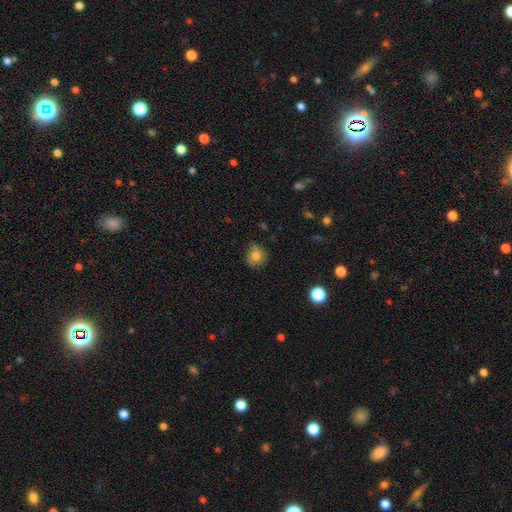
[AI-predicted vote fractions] A smooth galaxy with no disk features (75%) that is round (81%). Merging: none (77%).